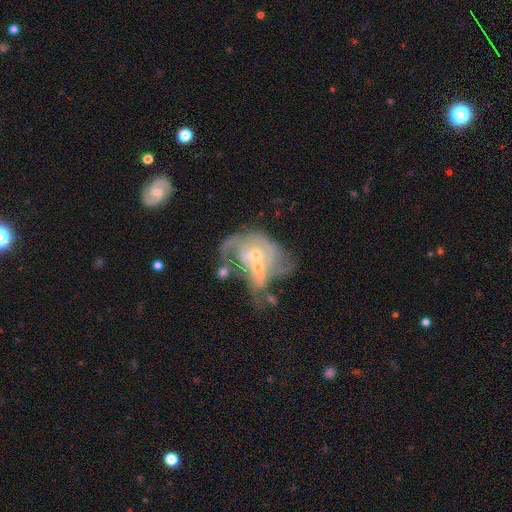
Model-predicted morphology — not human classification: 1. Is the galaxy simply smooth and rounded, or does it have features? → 81% featured or disk, 11% smooth, 8% star or artifact.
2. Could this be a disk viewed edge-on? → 97% no, 3% yes.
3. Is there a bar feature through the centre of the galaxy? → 70% no, 24% weak, 6% strong.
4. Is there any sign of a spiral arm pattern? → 84% yes, 16% no.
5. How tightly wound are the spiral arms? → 41% medium, 37% tight, 22% loose.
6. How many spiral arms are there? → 36% can't tell, 31% 2, 16% 3, 8% 1, 5% 4, 4% more than 4.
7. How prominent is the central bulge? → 57% small, 37% moderate, 3% none, 2% large, 1% dominant.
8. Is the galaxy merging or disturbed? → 59% merger, 17% major disturbance, 15% none, 9% minor disturbance.